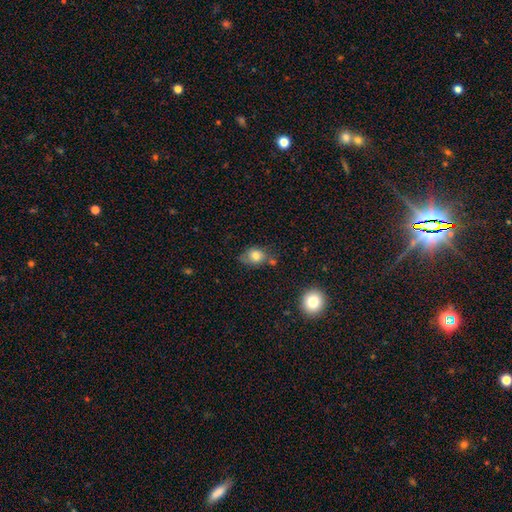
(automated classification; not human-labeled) Q: Smooth or featured?
A: smooth (78%); runner-up: featured or disk (12%)
Q: How rounded?
A: in between (58%); runner-up: round (40%)
Q: Merging?
A: none (52%); runner-up: minor disturbance (29%)